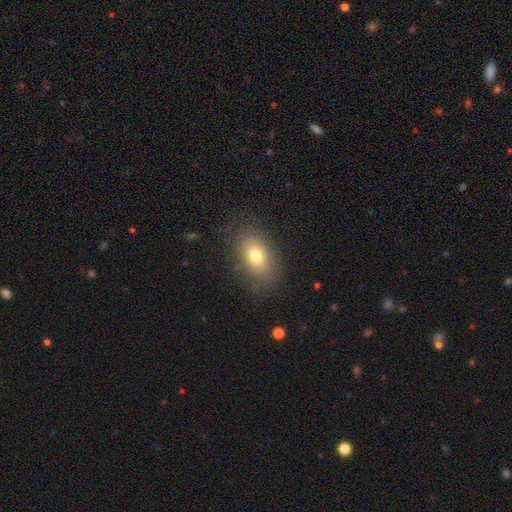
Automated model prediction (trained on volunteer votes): Smooth or featured: smooth — 74% (featured or disk — 15%)
How rounded: in between — 83% (round — 15%)
Merging: none — 81% (minor disturbance — 12%)